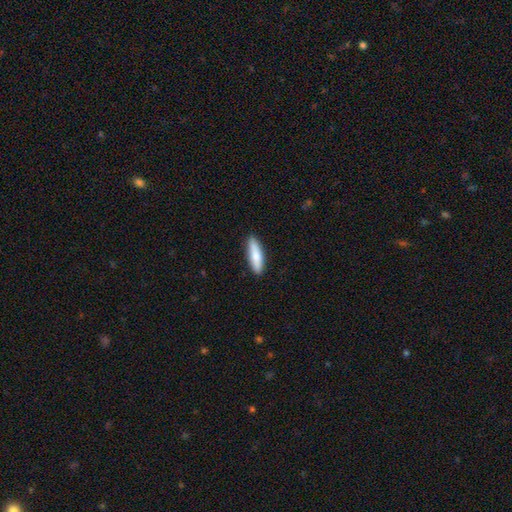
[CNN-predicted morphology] Smooth or featured? smooth (80%)
How rounded? cigar-shaped (67%)
Merging? none (89%)